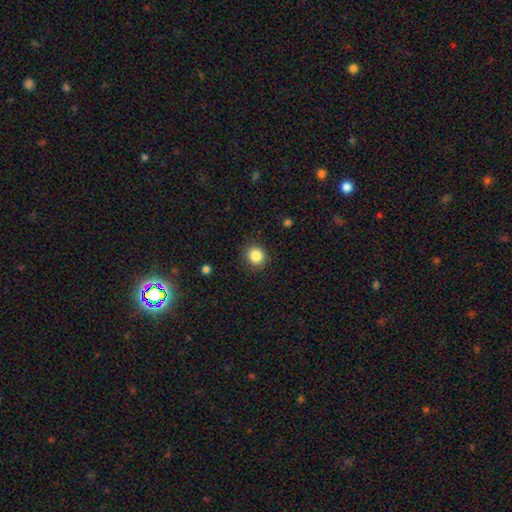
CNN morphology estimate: This appears to be a smooth galaxy with no disk features (85%) that is round (90%). Merging: none (89%).